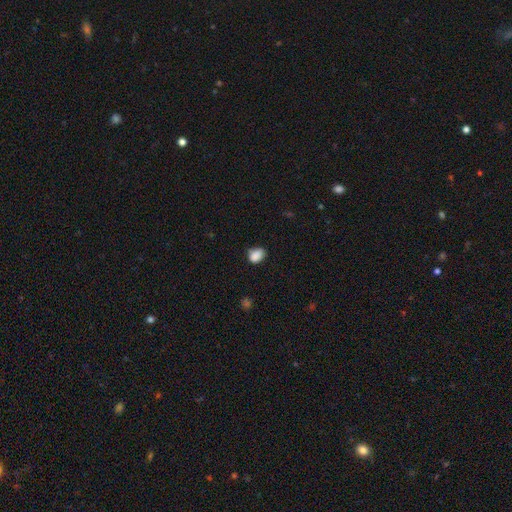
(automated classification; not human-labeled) The model was most divided on "merging": none: 65%, minor disturbance: 27%, major disturbance: 5%, merger: 2%. More confident: smooth or featured — smooth (87%); how rounded — in between (70%).